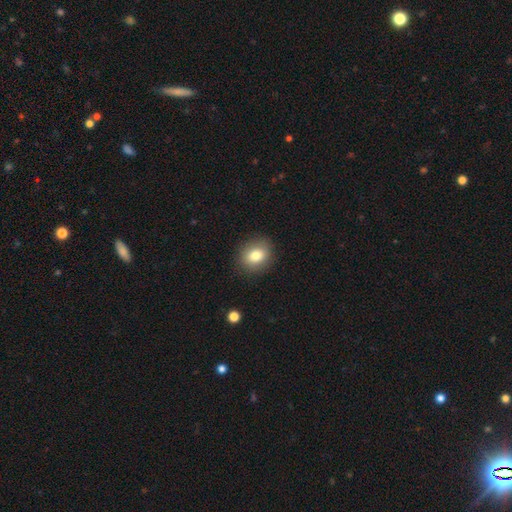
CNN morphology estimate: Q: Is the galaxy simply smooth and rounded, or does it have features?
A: smooth — 80%.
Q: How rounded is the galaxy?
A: round — 60%.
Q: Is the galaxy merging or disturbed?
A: none — 88%.